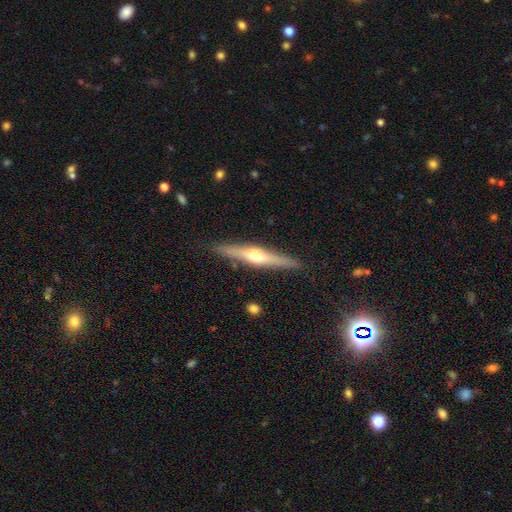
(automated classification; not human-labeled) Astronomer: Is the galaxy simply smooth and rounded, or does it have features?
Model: featured or disk — 70%.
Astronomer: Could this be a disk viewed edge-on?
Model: yes — 97%.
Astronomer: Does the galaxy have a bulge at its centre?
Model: rounded — 88%.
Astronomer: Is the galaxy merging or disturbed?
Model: none — 89%.